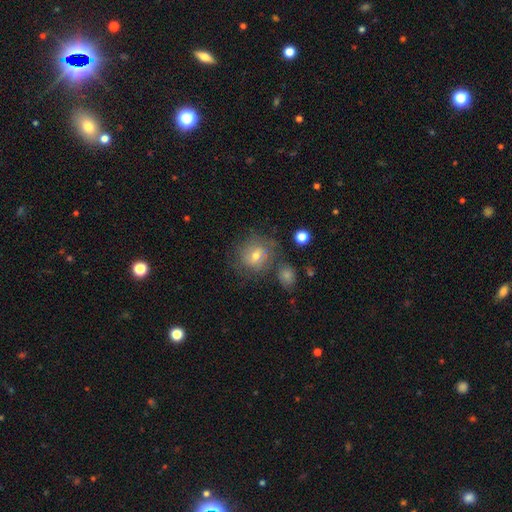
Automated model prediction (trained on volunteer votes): smooth_or_featured: smooth (p=0.50) [alt: featured or disk p=0.34]
how_rounded: round (p=0.84) [alt: in between p=0.15]
merging: none (p=0.70) [alt: minor disturbance p=0.15]